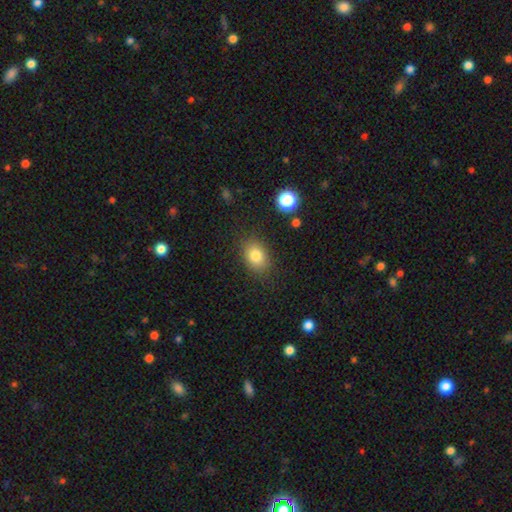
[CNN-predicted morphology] type=smooth (81%); roundness=in between (68%); merging=none (84%).